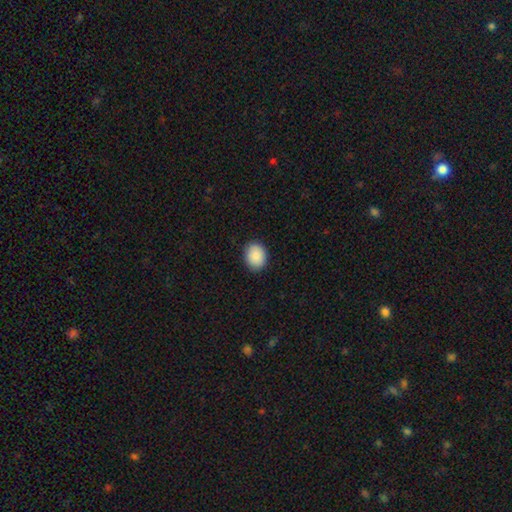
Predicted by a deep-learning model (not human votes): Smooth or featured: smooth — 90% (star or artifact — 7%)
How rounded: round — 51% (in between — 48%)
Merging: none — 89% (minor disturbance — 8%)